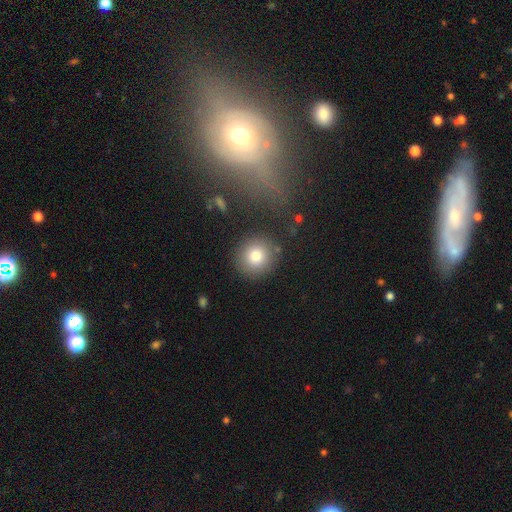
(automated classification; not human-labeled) smooth-or-featured: smooth: 81% | star or artifact: 10% | featured or disk: 9%
  how-rounded: round: 90% | in between: 9% | cigar-shaped: 1%
  merging: none: 85% | minor disturbance: 8% | merger: 4% | major disturbance: 3%